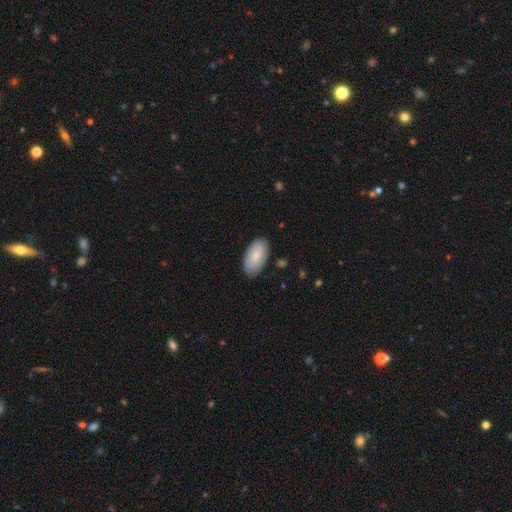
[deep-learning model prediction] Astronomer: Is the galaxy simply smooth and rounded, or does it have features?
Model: smooth — 81%.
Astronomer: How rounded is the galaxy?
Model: in between — 95%.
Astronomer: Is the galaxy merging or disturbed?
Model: none — 83%.